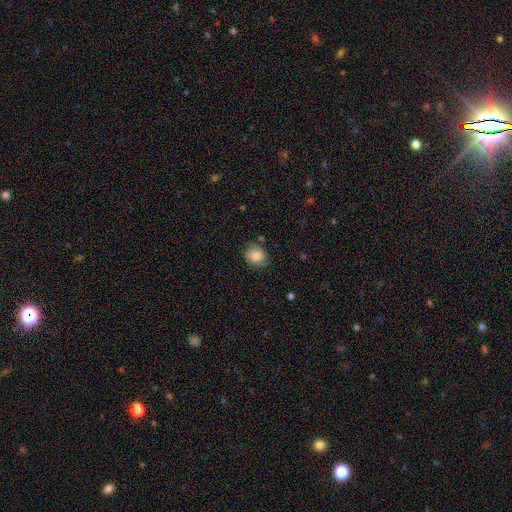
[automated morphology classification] This appears to be a smooth galaxy with no disk features (80%) that is round (63%). Merging: none (73%).